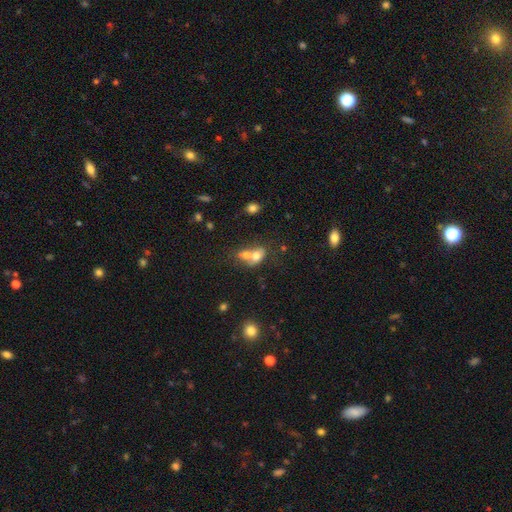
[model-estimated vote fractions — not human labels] Smooth or featured? Predicted: smooth (p=0.68). How rounded? Predicted: in between (p=0.64). Merging? Predicted: merger (p=0.71).